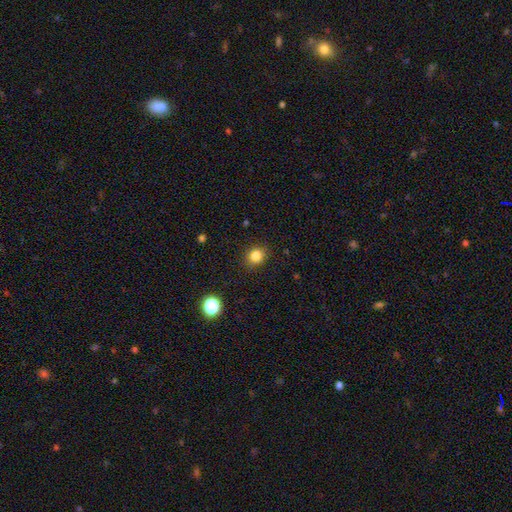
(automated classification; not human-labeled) The model was most divided on "how rounded": round: 77%, in between: 22%, cigar-shaped: 1%. More confident: merging — none (88%); smooth or featured — smooth (83%).